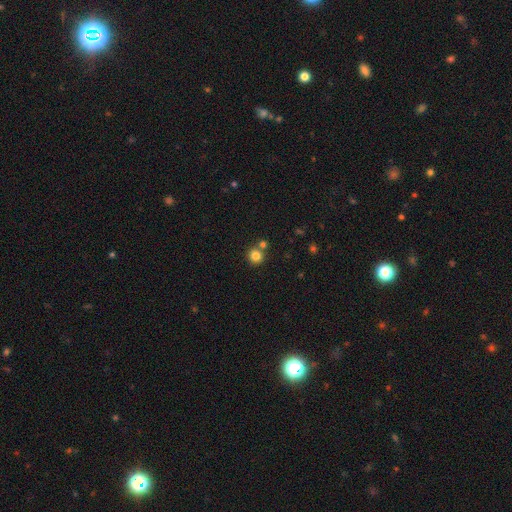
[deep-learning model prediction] The model was most divided on "merging": none: 70%, merger: 20%, minor disturbance: 7%, major disturbance: 2%. More confident: how rounded — round (93%); smooth or featured — smooth (82%).